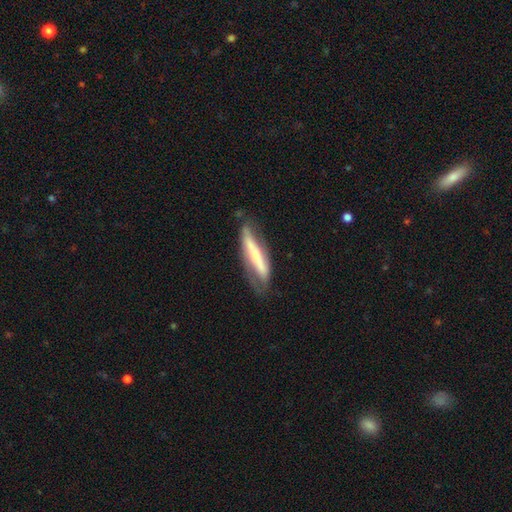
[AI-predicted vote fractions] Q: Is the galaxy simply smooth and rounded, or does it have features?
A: featured or disk — 53%.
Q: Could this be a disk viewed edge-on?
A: yes — 55%.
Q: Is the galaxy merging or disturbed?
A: none — 56%.